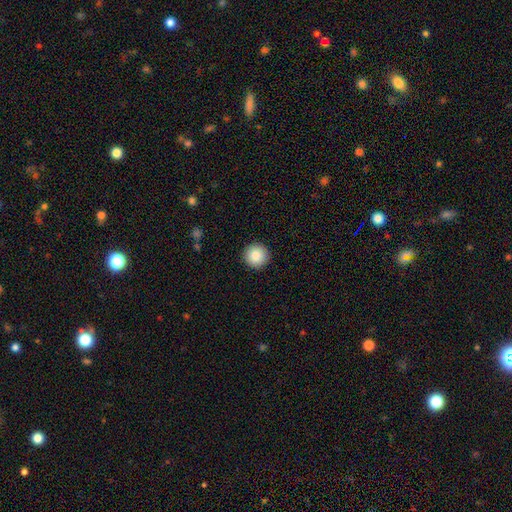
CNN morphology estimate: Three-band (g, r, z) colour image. It shows a smooth galaxy with no disk features (86%) that is round (96%). Merging: none (93%).